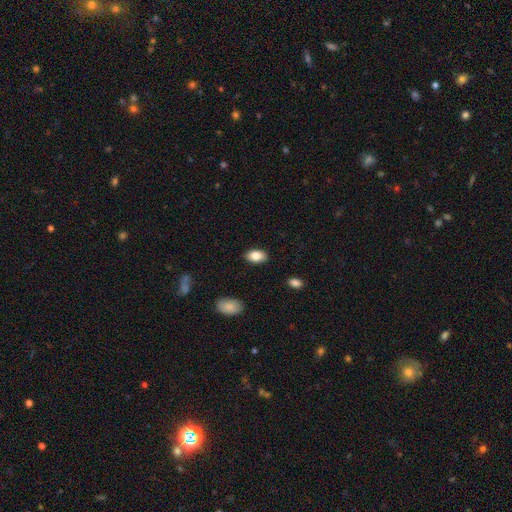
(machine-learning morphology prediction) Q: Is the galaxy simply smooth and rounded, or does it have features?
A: smooth — 85%.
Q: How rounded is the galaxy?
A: in between — 92%.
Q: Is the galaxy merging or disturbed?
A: none — 88%.